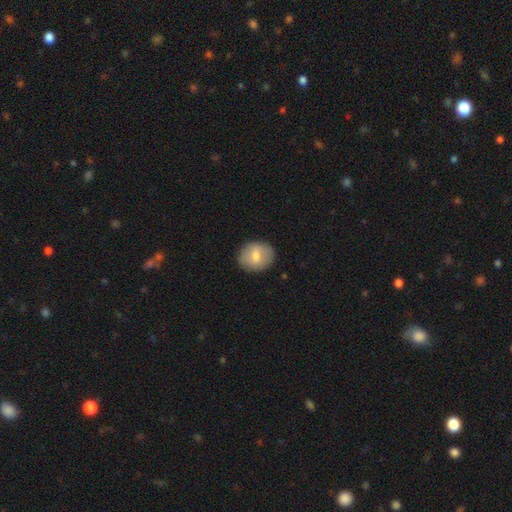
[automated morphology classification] A smooth galaxy with no disk features (66%) that is round (65%).

Vote fractions:
- Smooth or featured? smooth: 66% / featured or disk: 27% / star or artifact: 7%
- How rounded? round: 65% / in between: 34% / cigar-shaped: 1%
- Merging? none: 86% / minor disturbance: 10% / major disturbance: 3% / merger: 1%